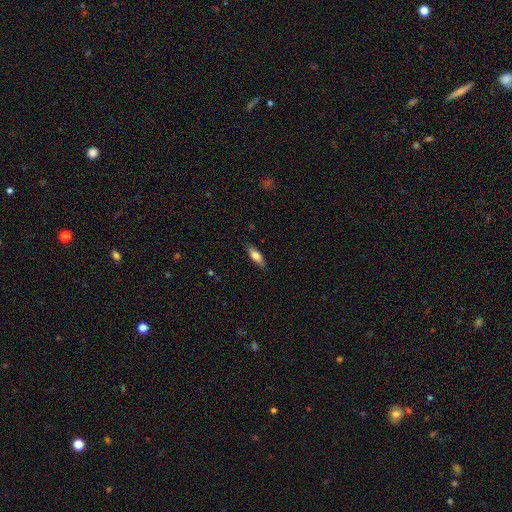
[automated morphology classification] This is likely a smooth galaxy (73%). How rounded: likely in between (62%). Merging: clearly none (85%).